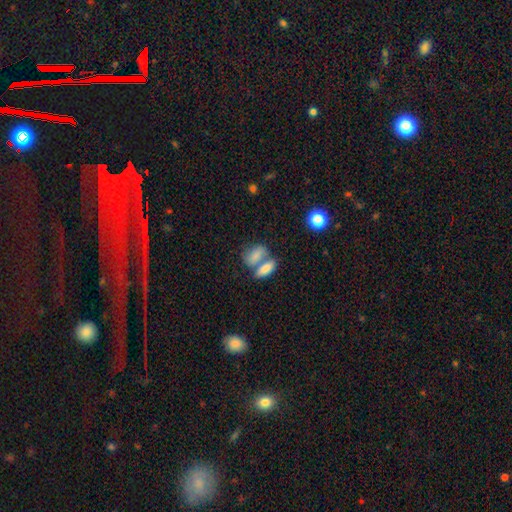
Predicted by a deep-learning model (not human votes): smooth 80%, featured or disk 12%, star or artifact 8%. Down the decision tree: how rounded — in between (83%); merging — merger (59%).